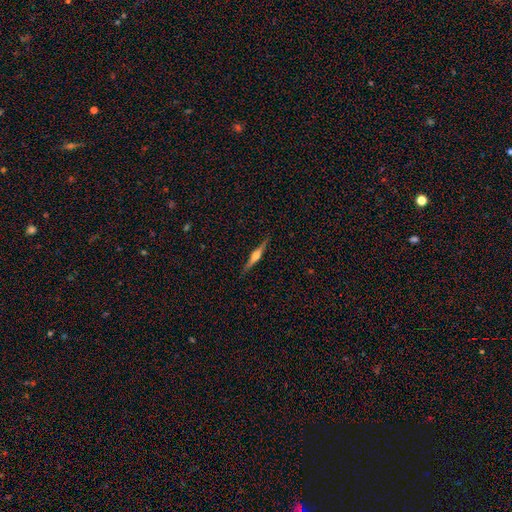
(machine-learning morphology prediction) A featured or disk galaxy (75%) viewed edge-on (98%) with a rounded central bulge (89%). Merging: none (90%).